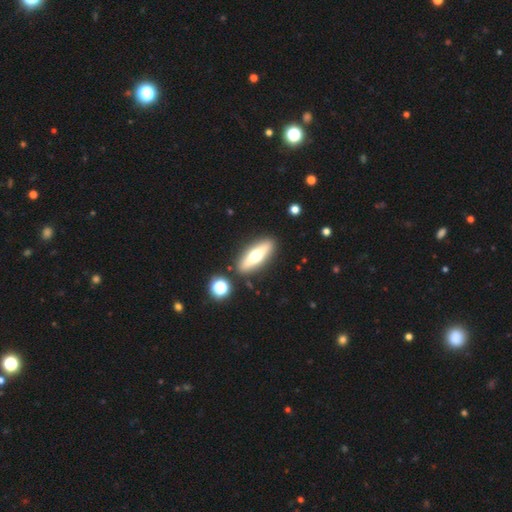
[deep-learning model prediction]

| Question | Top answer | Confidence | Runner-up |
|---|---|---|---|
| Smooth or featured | smooth | 48% | featured or disk (45%) |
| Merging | none | 87% | minor disturbance (8%) |